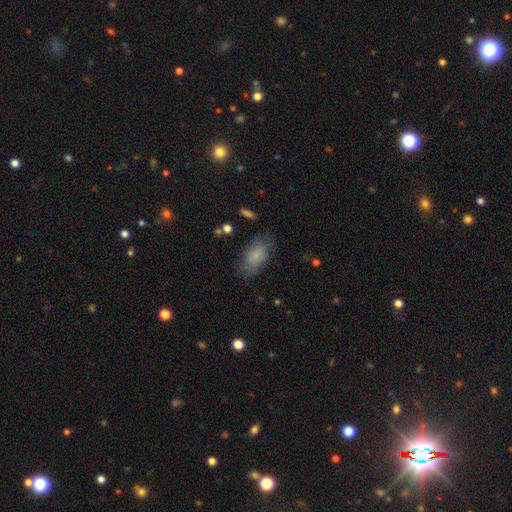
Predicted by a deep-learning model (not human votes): smooth 79%, featured or disk 14%, star or artifact 8%. Down the decision tree: how rounded — in between (91%); merging — none (74%).